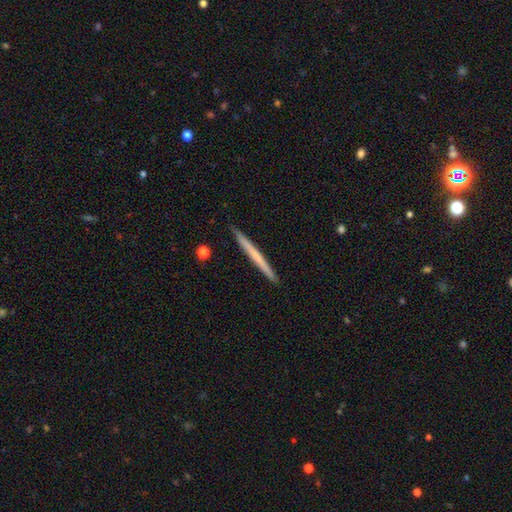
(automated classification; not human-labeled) Smooth or featured: smooth — 54% (featured or disk — 41%)
How rounded: cigar-shaped — 97% (in between — 1%)
Merging: none — 92% (minor disturbance — 6%)